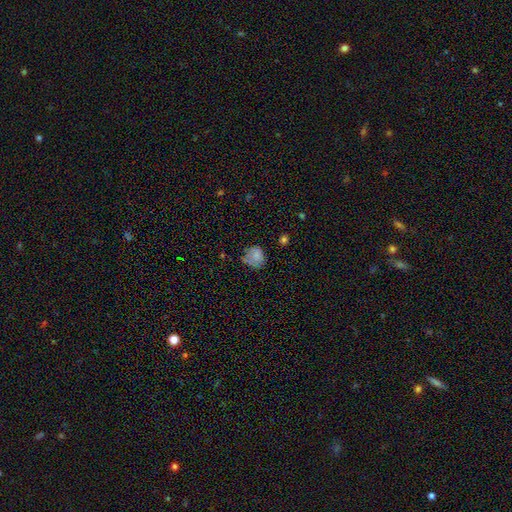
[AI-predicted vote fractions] smooth-or-featured: smooth: 76% | featured or disk: 12% | star or artifact: 11%
  how-rounded: round: 73% | in between: 26% | cigar-shaped: 1%
  merging: none: 53% | minor disturbance: 32% | major disturbance: 12% | merger: 3%